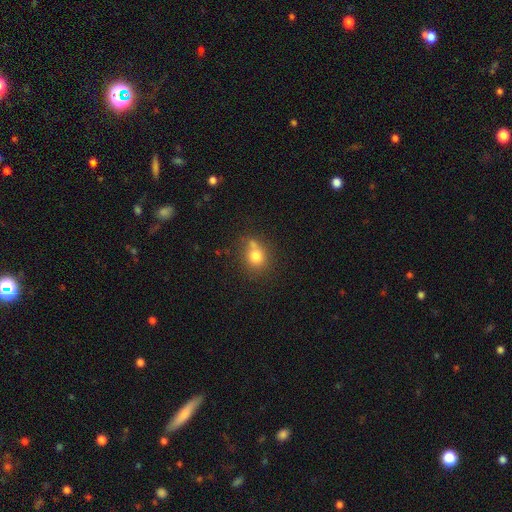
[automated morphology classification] Smooth or featured?
  - smooth: 77% *
  - star or artifact: 12%
  - featured or disk: 11%
How rounded?
  - round: 76% *
  - in between: 23%
  - cigar-shaped: 1%
Merging?
  - none: 55% *
  - merger: 23%
  - minor disturbance: 16%
  - major disturbance: 6%